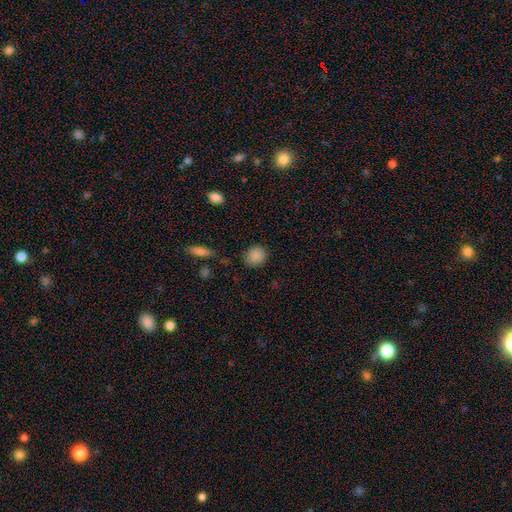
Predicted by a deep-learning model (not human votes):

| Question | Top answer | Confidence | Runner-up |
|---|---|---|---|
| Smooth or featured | smooth | 87% | star or artifact (9%) |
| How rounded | round | 77% | in between (22%) |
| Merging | none | 83% | minor disturbance (12%) |